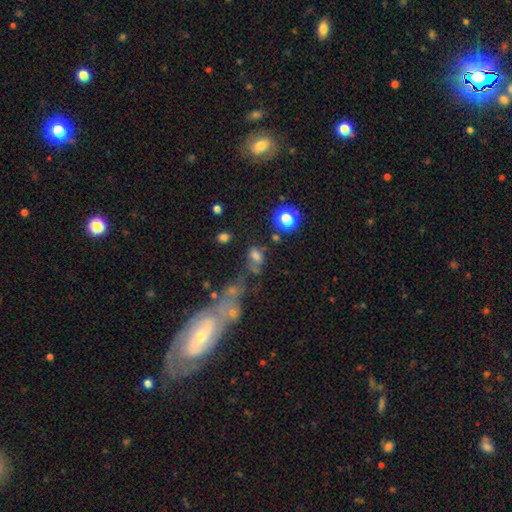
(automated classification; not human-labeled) A smooth galaxy with no disk features (60%) that is in between round and cigar-shaped (71%).

Vote fractions:
- Smooth or featured? smooth: 60% / featured or disk: 21% / star or artifact: 19%
- How rounded? in between: 71% / round: 26% / cigar-shaped: 3%
- Merging? none: 36% / merger: 24% / major disturbance: 20% / minor disturbance: 19%